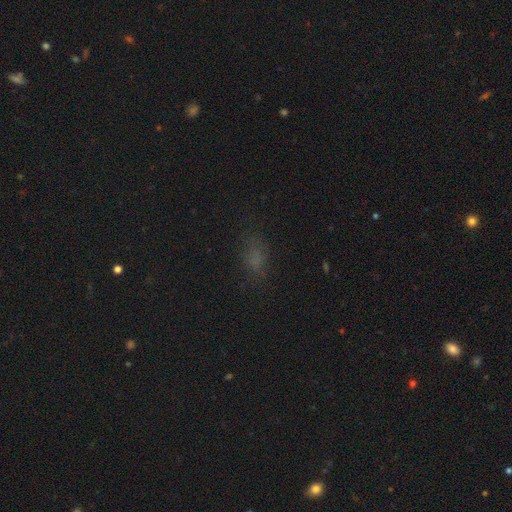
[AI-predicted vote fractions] Q: Smooth or featured?
A: smooth (61%); runner-up: star or artifact (29%)
Q: How rounded?
A: in between (78%); runner-up: round (15%)
Q: Merging?
A: none (73%); runner-up: minor disturbance (17%)